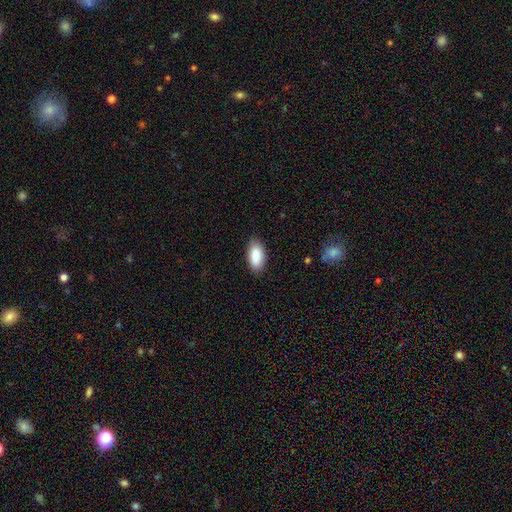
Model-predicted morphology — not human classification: This appears to be a smooth galaxy with no disk features (87%) that is in between round and cigar-shaped (90%). Merging: none (85%).